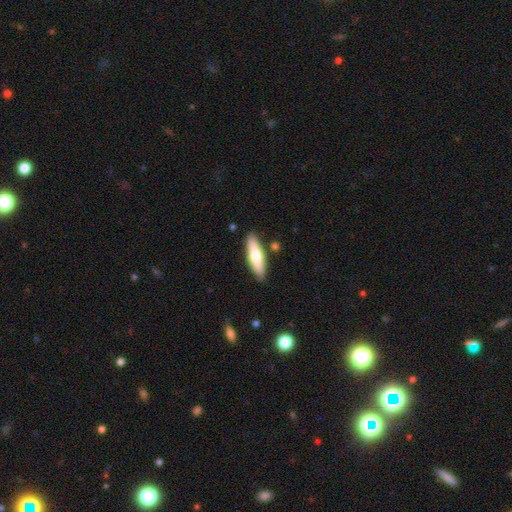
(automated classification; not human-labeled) Smooth or featured?
  - smooth: 64% *
  - featured or disk: 31%
  - star or artifact: 5%
How rounded?
  - cigar-shaped: 56% *
  - in between: 42%
  - round: 2%
Merging?
  - none: 85% *
  - minor disturbance: 10%
  - merger: 3%
  - major disturbance: 2%